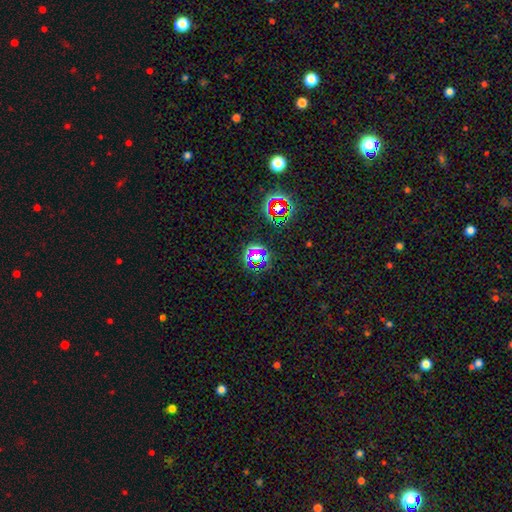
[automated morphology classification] Q: Smooth or featured?
A: star or artifact (65%); runner-up: smooth (24%)